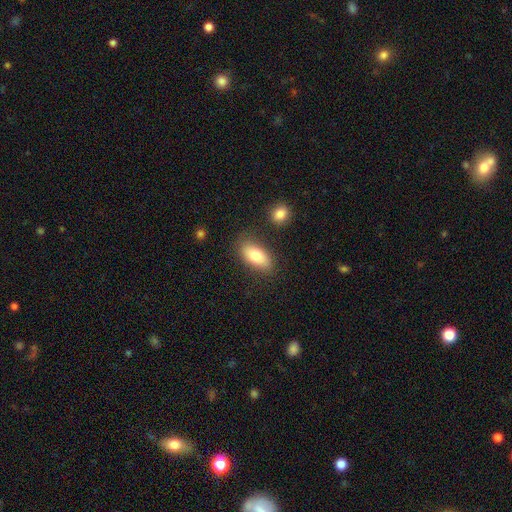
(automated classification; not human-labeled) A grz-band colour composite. It shows a smooth galaxy with no disk features (78%) that is in between round and cigar-shaped (90%). Merging: none (78%).